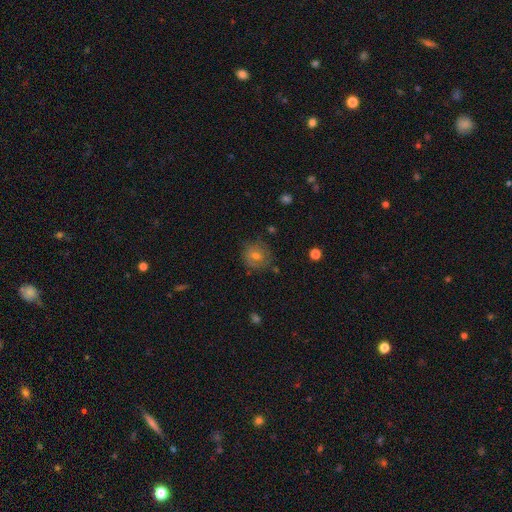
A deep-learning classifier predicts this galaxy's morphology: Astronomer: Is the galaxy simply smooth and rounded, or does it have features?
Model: smooth — 51% (runner-up: featured or disk, 34%).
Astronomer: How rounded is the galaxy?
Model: round — 89%.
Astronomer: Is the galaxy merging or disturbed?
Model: none — 79%.